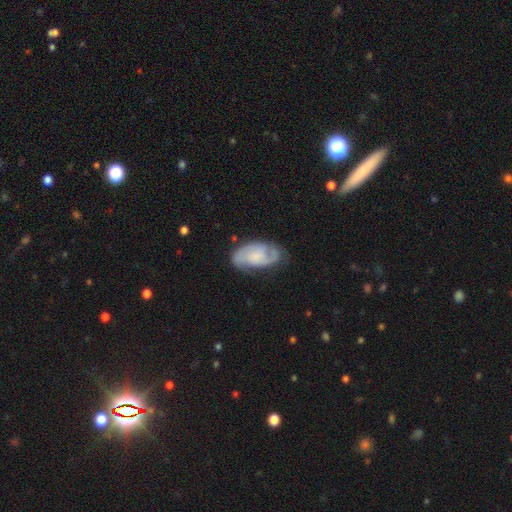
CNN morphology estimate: This appears to be a featured or disk galaxy (74%) with no bar (60%), 2 (79%) medium (46%) spiral arms (94%) and no central bulge (37%). Merging: none (71%).